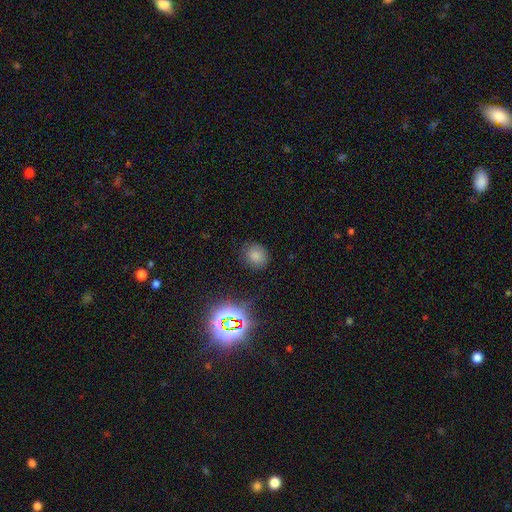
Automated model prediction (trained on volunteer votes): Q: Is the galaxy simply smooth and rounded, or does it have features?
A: smooth — 74%.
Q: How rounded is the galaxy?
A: round — 69%.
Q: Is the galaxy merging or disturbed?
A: none — 82%.